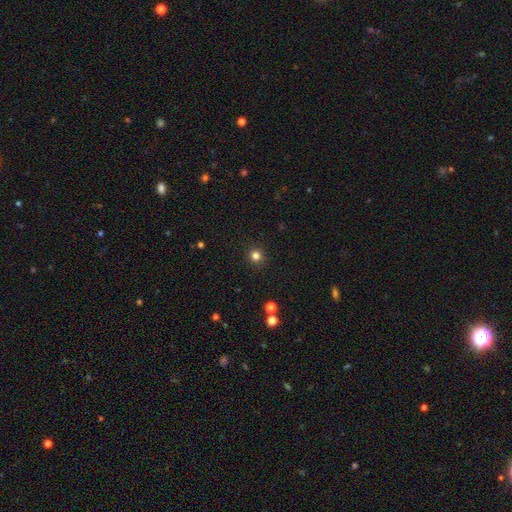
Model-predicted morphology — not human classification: smooth 80%, star or artifact 15%, featured or disk 5%. Down the decision tree: how rounded — round (94%); merging — none (92%).